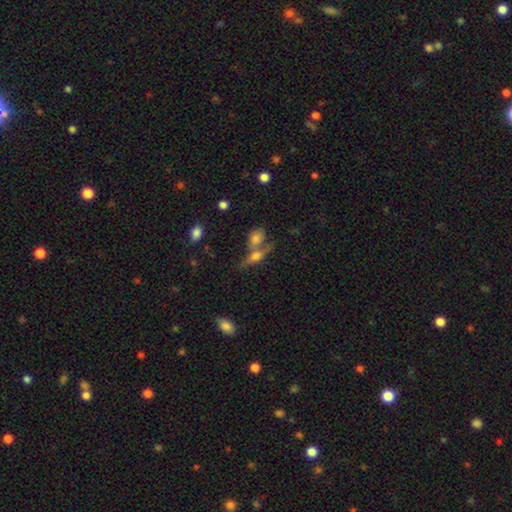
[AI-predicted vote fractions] Smooth or featured? smooth (48%)
Merging? merger (47%)